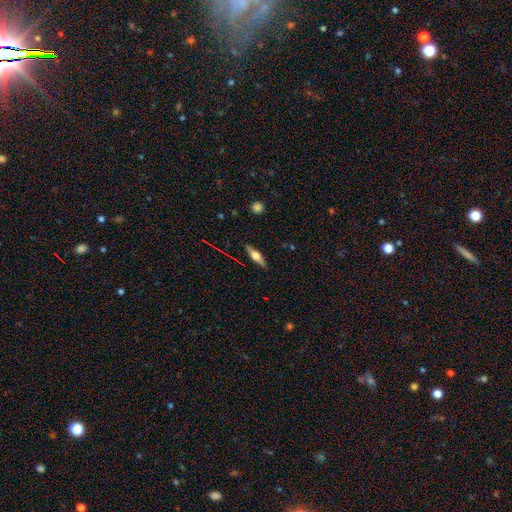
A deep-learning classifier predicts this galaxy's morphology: smooth-or-featured: featured or disk: 50% | smooth: 41% | star or artifact: 8%
  disk-edge-on: yes: 93% | no: 7%
  merging: none: 87% | minor disturbance: 10% | major disturbance: 2% | merger: 1%